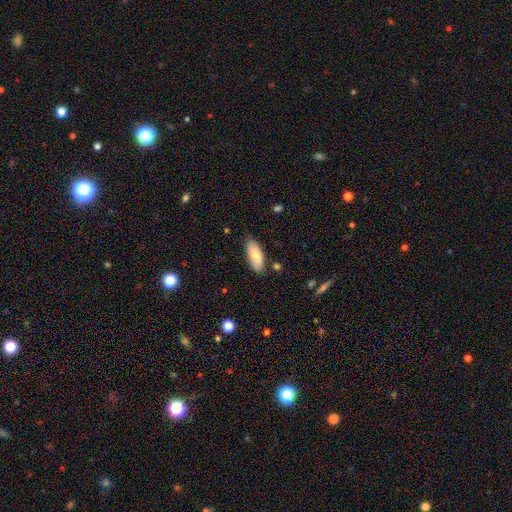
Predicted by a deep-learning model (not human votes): This is likely a smooth galaxy (79%). How rounded: clearly in between (83%). Merging: clearly none (80%).